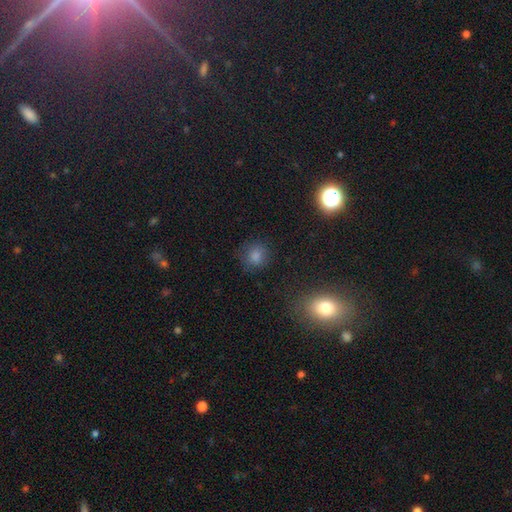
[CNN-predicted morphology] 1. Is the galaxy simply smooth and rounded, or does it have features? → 80% smooth, 15% star or artifact, 5% featured or disk.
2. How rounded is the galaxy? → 84% round, 15% in between, 1% cigar-shaped.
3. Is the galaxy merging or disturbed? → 81% none, 13% minor disturbance, 4% major disturbance, 2% merger.